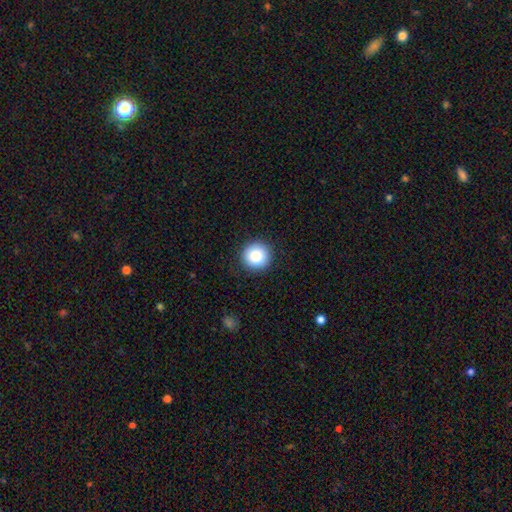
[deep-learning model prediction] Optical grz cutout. It shows a smooth galaxy with no disk features (85%) that is round (95%). Merging: none (91%).